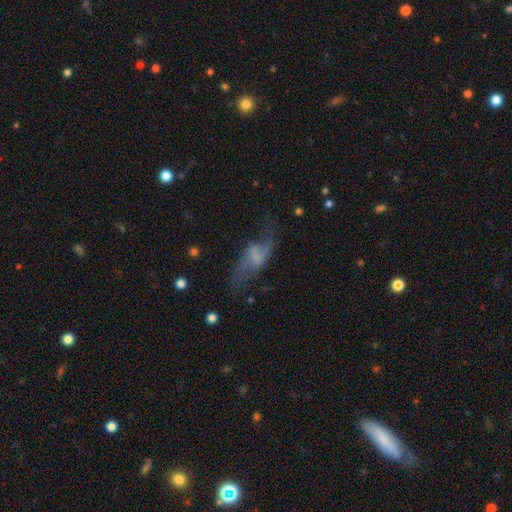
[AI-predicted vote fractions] Morphology: type=featured or disk (60%); edge-on=no (87%); bar=weak (43%); spiral arms=yes (76%); bulge=none (49%); merging=none (51%).